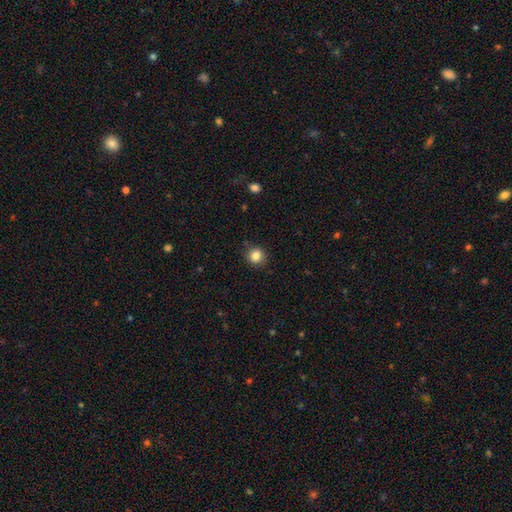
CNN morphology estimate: smooth 84%, star or artifact 11%, featured or disk 5%. Down the decision tree: how rounded — round (89%); merging — none (88%).